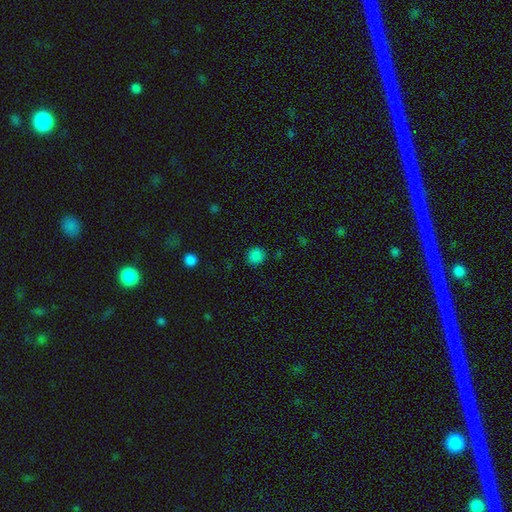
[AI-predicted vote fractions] This appears to be a smooth galaxy with no disk features (83%) that is round (87%). Merging: none (88%).